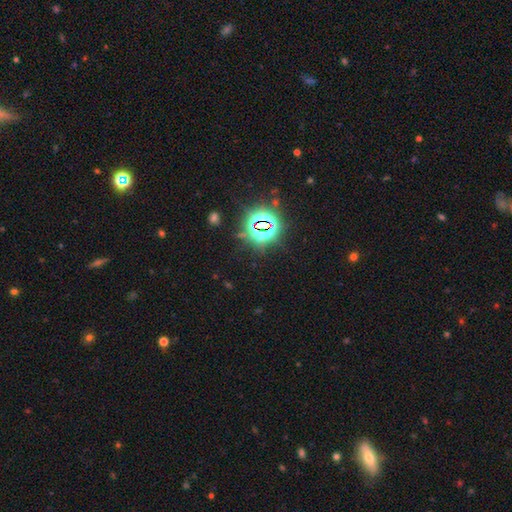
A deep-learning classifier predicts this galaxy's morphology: Smooth or featured?
  - star or artifact: 81% *
  - smooth: 11%
  - featured or disk: 7%